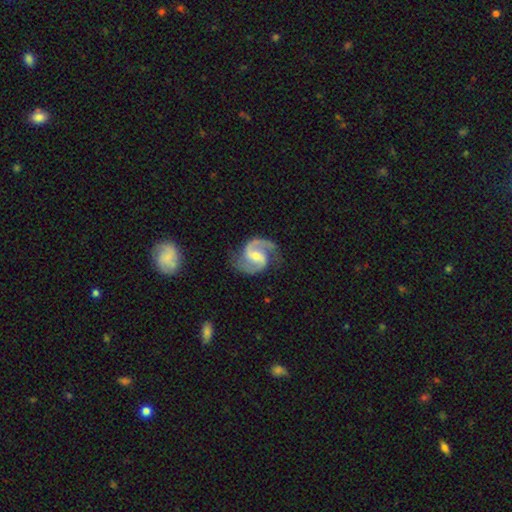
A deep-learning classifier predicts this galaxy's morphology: type=featured or disk (93%); edge-on=no (98%); bar=weak (52%); spiral arms=yes (98%); winding=medium (64%); arm count=2 (94%); bulge=small (48%); merging=none (77%).